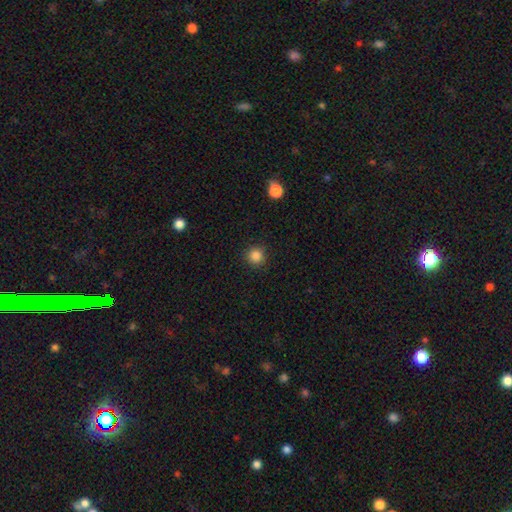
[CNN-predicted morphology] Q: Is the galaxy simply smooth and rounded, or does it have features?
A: smooth — 85%.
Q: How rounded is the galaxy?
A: round — 95%.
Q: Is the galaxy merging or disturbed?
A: none — 91%.